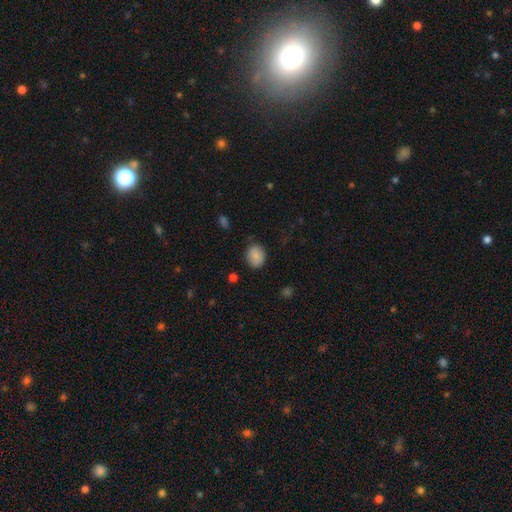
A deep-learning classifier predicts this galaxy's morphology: Smooth or featured?
  - smooth: 84% *
  - star or artifact: 8%
  - featured or disk: 8%
How rounded?
  - round: 55% *
  - in between: 44%
  - cigar-shaped: 1%
Merging?
  - none: 80% *
  - minor disturbance: 15%
  - major disturbance: 4%
  - merger: 1%